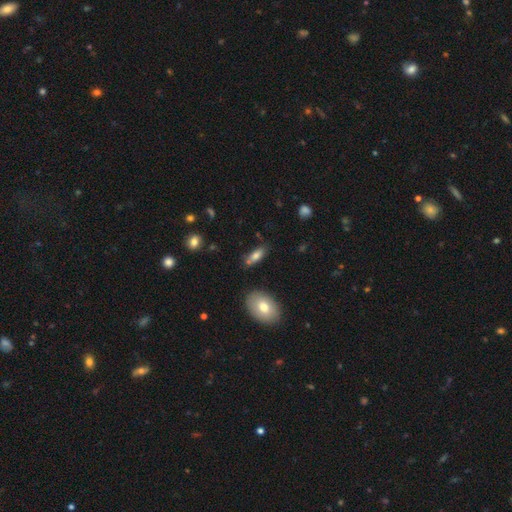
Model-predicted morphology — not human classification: The model was most divided on "how rounded": in between: 72%, cigar-shaped: 25%, round: 3%. More confident: smooth or featured — smooth (74%); merging — none (69%).